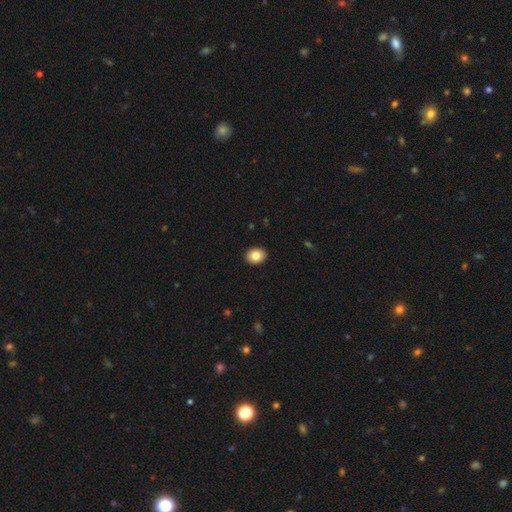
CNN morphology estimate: Q: Smooth or featured?
A: smooth (84%); runner-up: star or artifact (8%)
Q: How rounded?
A: round (52%); runner-up: in between (47%)
Q: Merging?
A: none (92%); runner-up: minor disturbance (5%)